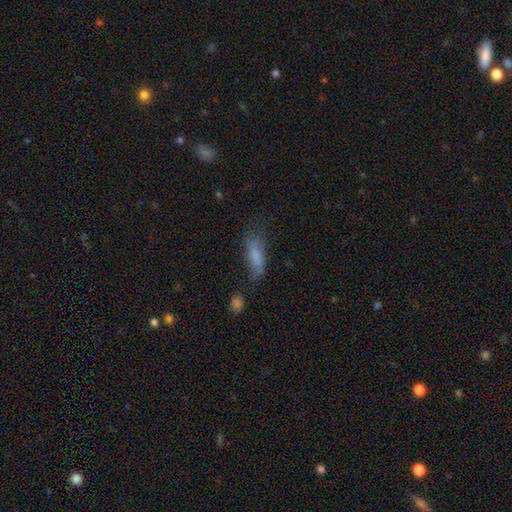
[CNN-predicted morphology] type=smooth (74%); roundness=in between (52%); merging=none (54%).